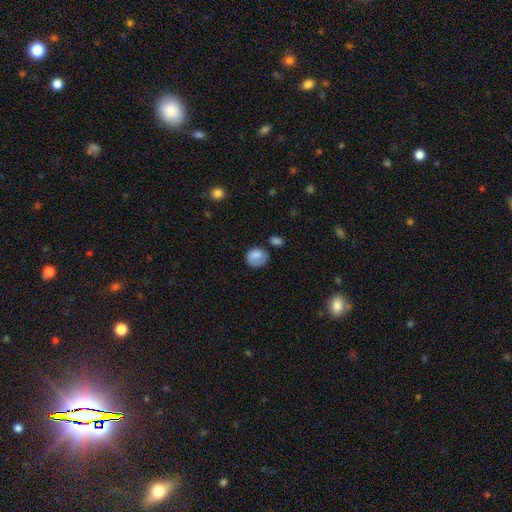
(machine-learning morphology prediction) The model was most divided on "merging": none: 54%, minor disturbance: 27%, major disturbance: 14%, merger: 5%. More confident: smooth or featured — smooth (75%); how rounded — round (68%).